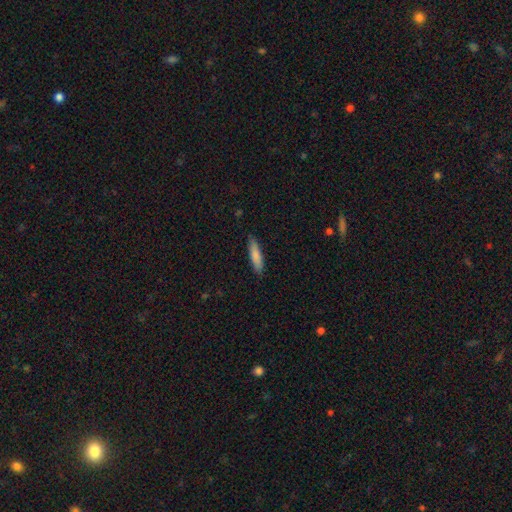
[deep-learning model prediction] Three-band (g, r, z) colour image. It shows a smooth galaxy with no disk features (84%) that is cigar-shaped (75%). Merging: none (86%).